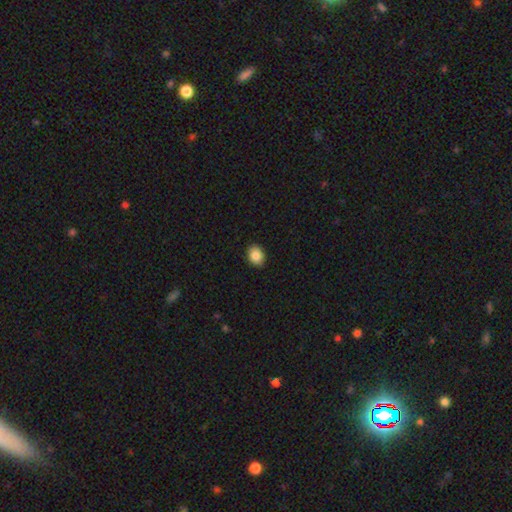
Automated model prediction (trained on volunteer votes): Smooth or featured: smooth — 87% (star or artifact — 8%)
How rounded: in between — 64% (round — 35%)
Merging: none — 90% (minor disturbance — 7%)